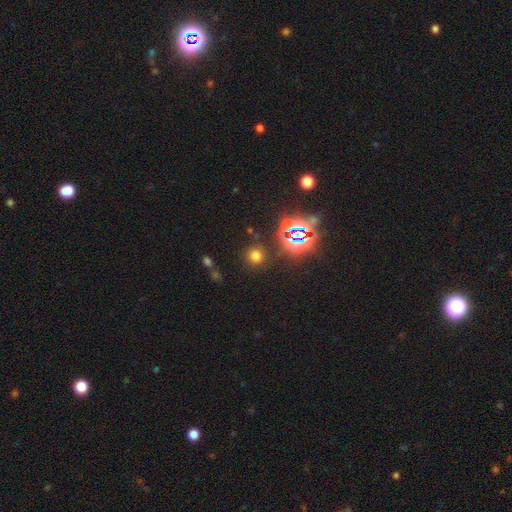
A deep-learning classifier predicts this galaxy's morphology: The model was most divided on "smooth or featured": smooth: 62%, star or artifact: 31%, featured or disk: 7%. More confident: how rounded — round (91%); merging — none (85%).